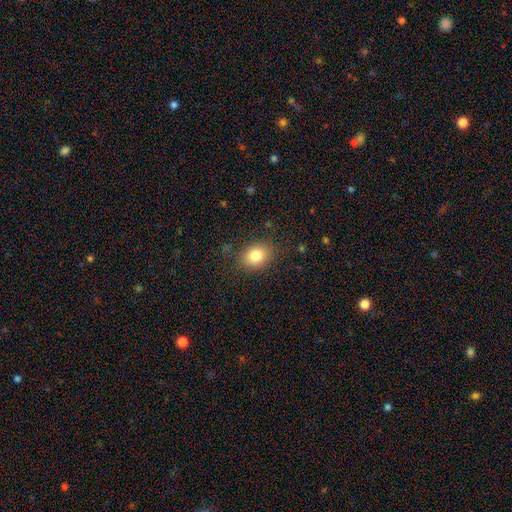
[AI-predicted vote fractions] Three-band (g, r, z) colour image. It shows a smooth galaxy with no disk features (82%) that is in between round and cigar-shaped (60%). Merging: none (83%).